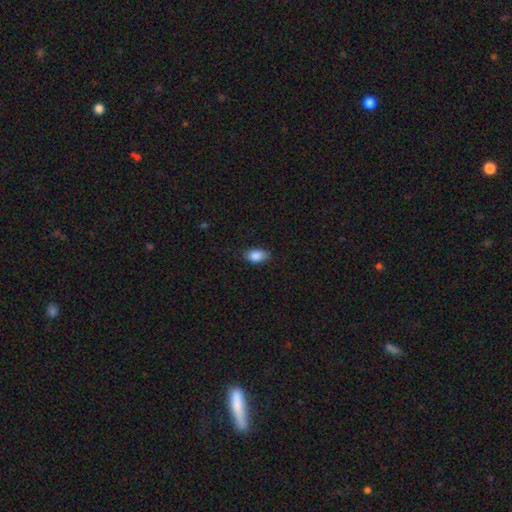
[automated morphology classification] smooth_or_featured: smooth (p=0.88) [alt: star or artifact p=0.07]
how_rounded: in between (p=0.90) [alt: round p=0.07]
merging: none (p=0.79) [alt: minor disturbance p=0.17]